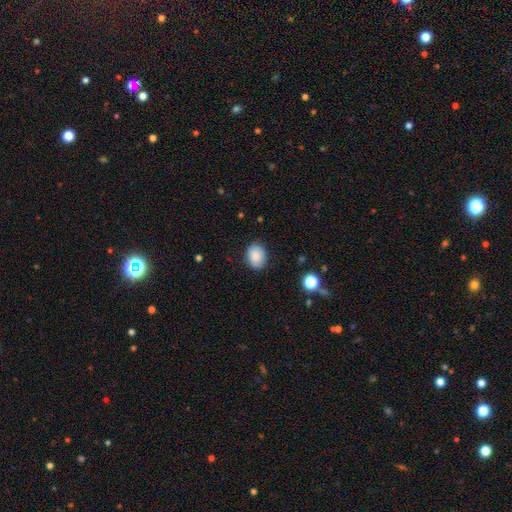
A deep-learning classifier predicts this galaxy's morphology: Smooth or featured?
  - smooth: 85% *
  - star or artifact: 8%
  - featured or disk: 7%
How rounded?
  - in between: 63% *
  - round: 36%
  - cigar-shaped: 1%
Merging?
  - none: 84% *
  - minor disturbance: 12%
  - major disturbance: 3%
  - merger: 1%